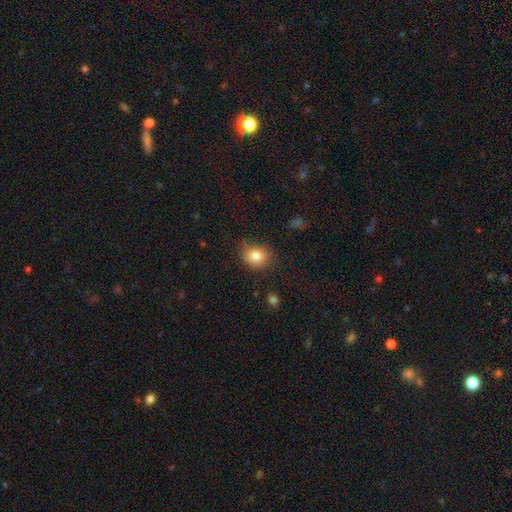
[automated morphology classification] Overall: smooth (81%). How rounded: round (58%; in between 41%). Merging: none (77%).